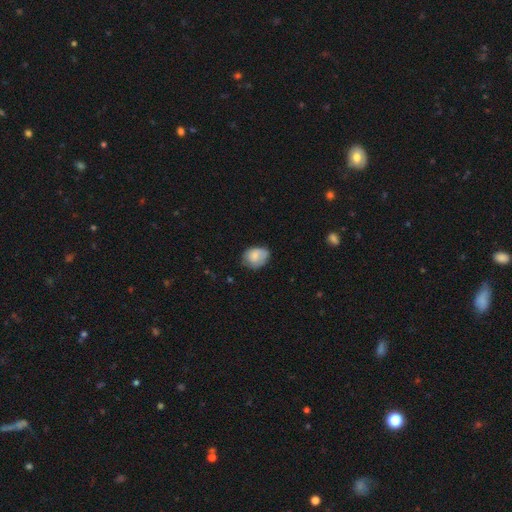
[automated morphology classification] type=smooth (75%); roundness=in between (63%); merging=none (56%).